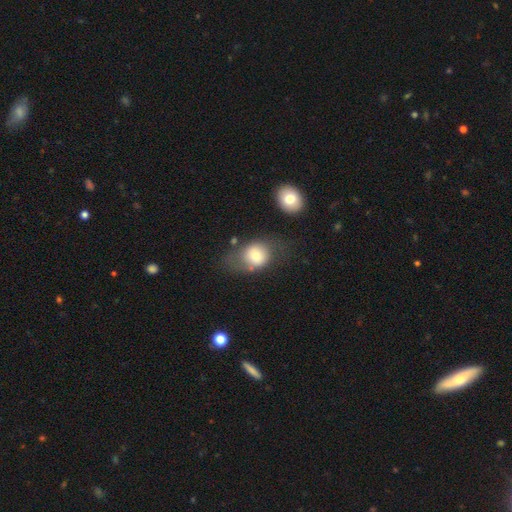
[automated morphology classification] Smooth or featured: smooth — 71% (featured or disk — 20%)
How rounded: in between — 49% (tied with round — 49%)
Merging: none — 51% (minor disturbance — 23%)